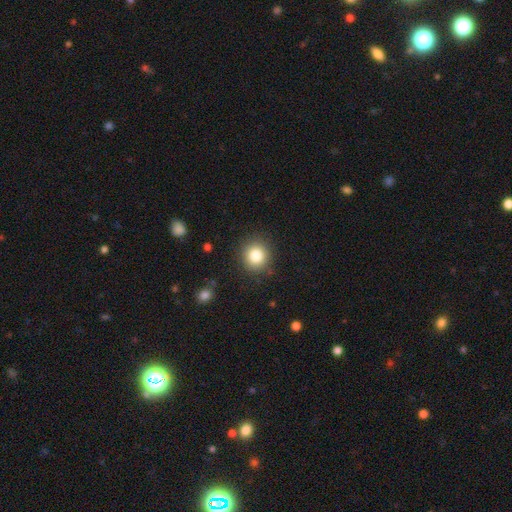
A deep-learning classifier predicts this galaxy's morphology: Smooth or featured: smooth — 82% (star or artifact — 11%)
How rounded: round — 90% (in between — 9%)
Merging: none — 88% (minor disturbance — 8%)